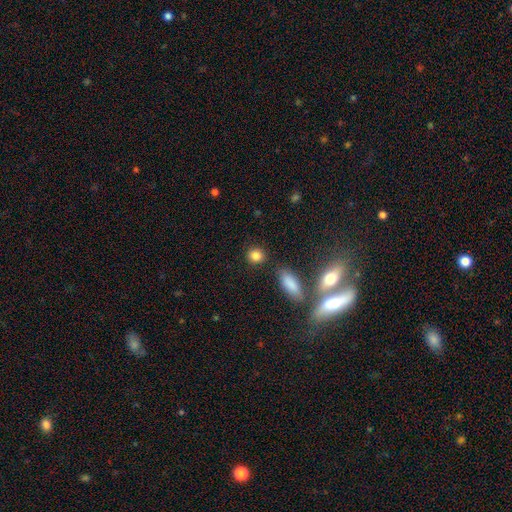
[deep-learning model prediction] A smooth galaxy with no disk features (84%) that is round (82%).

Vote fractions:
- Smooth or featured? smooth: 84% / star or artifact: 10% / featured or disk: 6%
- How rounded? round: 82% / in between: 16% / cigar-shaped: 2%
- Merging? none: 83% / minor disturbance: 8% / merger: 6% / major disturbance: 3%